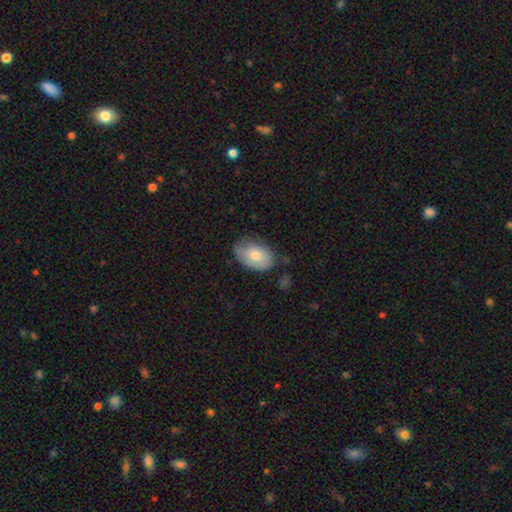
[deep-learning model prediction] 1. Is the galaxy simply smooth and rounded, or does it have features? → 75% smooth, 19% featured or disk, 6% star or artifact.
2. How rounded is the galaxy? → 89% in between, 10% round, 1% cigar-shaped.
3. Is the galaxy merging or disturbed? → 60% none, 30% minor disturbance, 8% major disturbance, 3% merger.